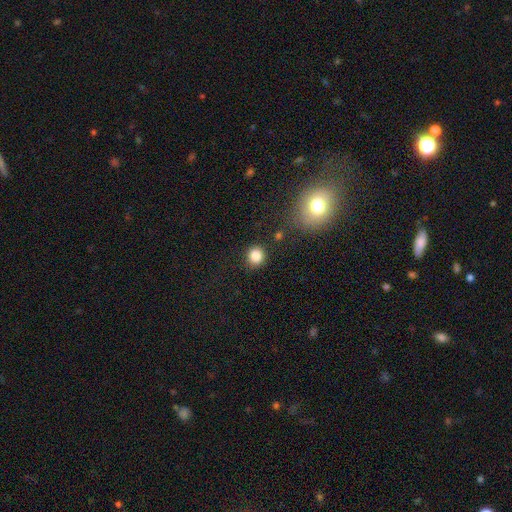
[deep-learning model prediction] Q: Smooth or featured?
A: smooth (84%); runner-up: star or artifact (12%)
Q: How rounded?
A: round (90%); runner-up: in between (9%)
Q: Merging?
A: none (87%); runner-up: minor disturbance (7%)